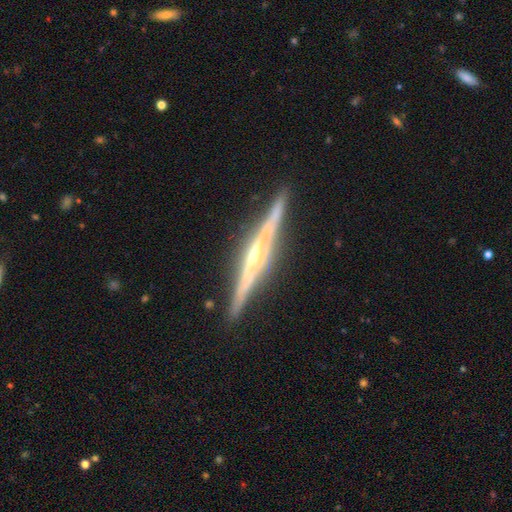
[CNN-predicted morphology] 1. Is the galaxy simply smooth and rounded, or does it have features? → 85% featured or disk, 10% smooth, 5% star or artifact.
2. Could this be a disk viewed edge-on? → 98% yes, 2% no.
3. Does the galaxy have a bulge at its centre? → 64% rounded, 21% none, 15% boxy.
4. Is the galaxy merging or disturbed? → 89% none, 8% minor disturbance, 2% major disturbance, 1% merger.